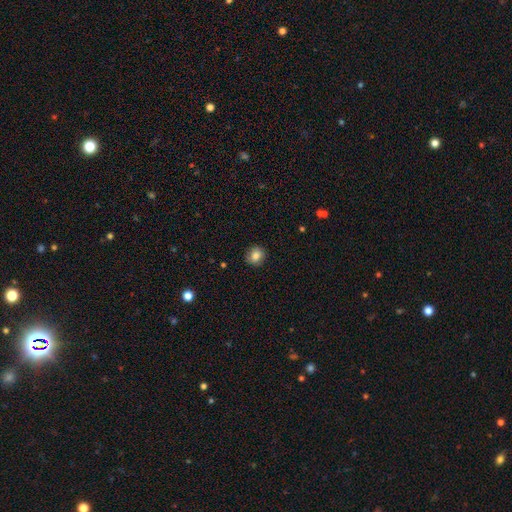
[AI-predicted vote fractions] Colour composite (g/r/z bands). It shows a smooth galaxy with no disk features (83%) that is round (86%). Merging: none (89%).